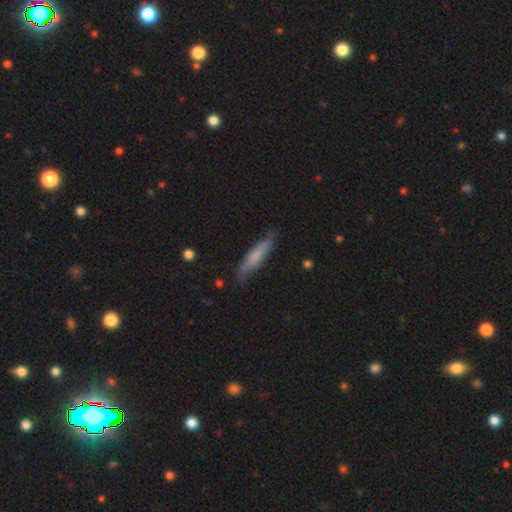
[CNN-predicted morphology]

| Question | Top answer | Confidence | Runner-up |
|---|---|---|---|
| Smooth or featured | smooth | 68% | featured or disk (27%) |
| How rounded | cigar-shaped | 82% | in between (16%) |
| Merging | none | 78% | minor disturbance (17%) |